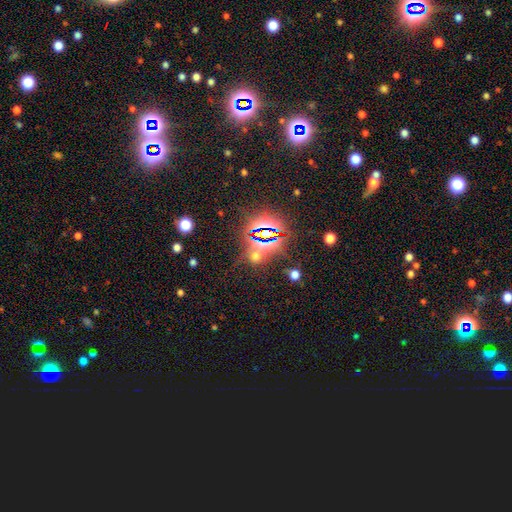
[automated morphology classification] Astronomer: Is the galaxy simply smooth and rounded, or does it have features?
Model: star or artifact — 63%.